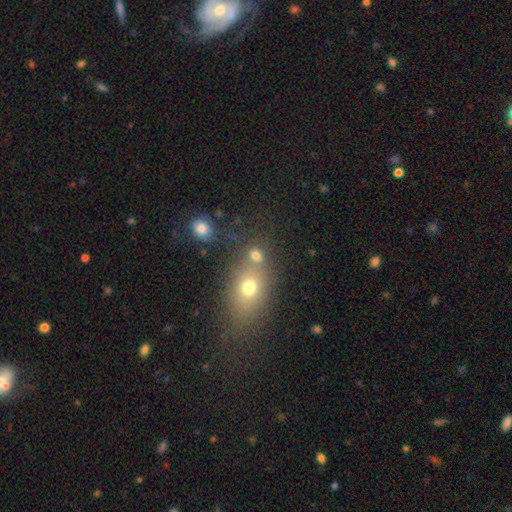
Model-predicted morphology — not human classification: A smooth galaxy with no disk features (69%) that is in between round and cigar-shaped (50%).

Vote fractions:
- Smooth or featured? smooth: 69% / star or artifact: 19% / featured or disk: 12%
- How rounded? in between: 50% / round: 48% / cigar-shaped: 2%
- Merging? none: 53% / merger: 31% / minor disturbance: 10% / major disturbance: 6%